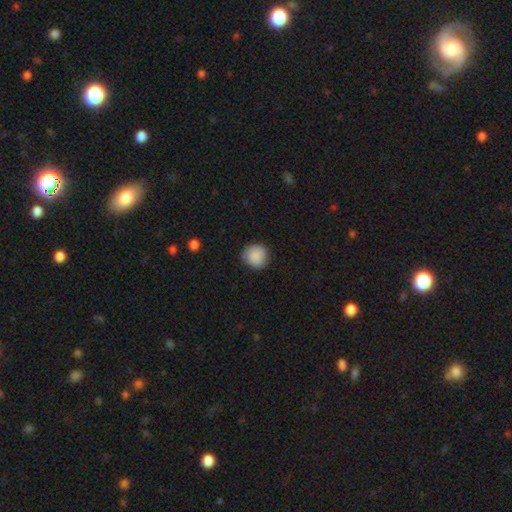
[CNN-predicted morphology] Overall: smooth (88%). How rounded: round (88%). Merging: none (84%).